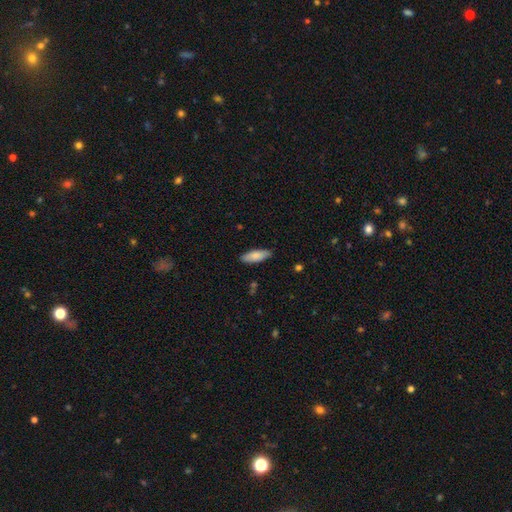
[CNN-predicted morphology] A smooth galaxy with no disk features (84%) that is in between round and cigar-shaped (63%).

Vote fractions:
- Smooth or featured? smooth: 84% / featured or disk: 10% / star or artifact: 6%
- How rounded? in between: 63% / cigar-shaped: 36% / round: 2%
- Merging? none: 87% / minor disturbance: 10% / major disturbance: 2% / merger: 1%